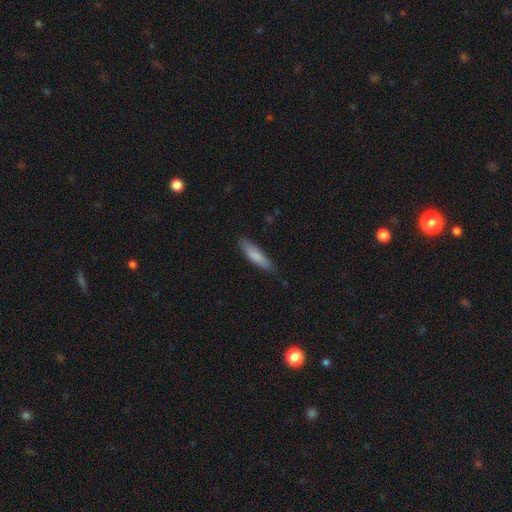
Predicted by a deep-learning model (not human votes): This appears to be a smooth galaxy with no disk features (82%) that is cigar-shaped (72%). Merging: none (81%).